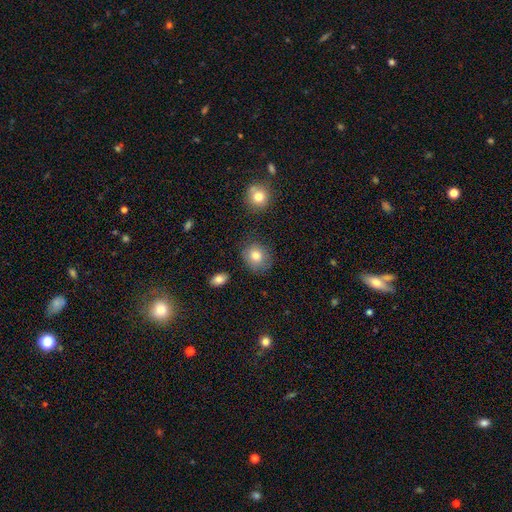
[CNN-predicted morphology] Q: Smooth or featured?
A: smooth (81%); runner-up: featured or disk (10%)
Q: How rounded?
A: round (73%); runner-up: in between (26%)
Q: Merging?
A: none (78%); runner-up: minor disturbance (15%)